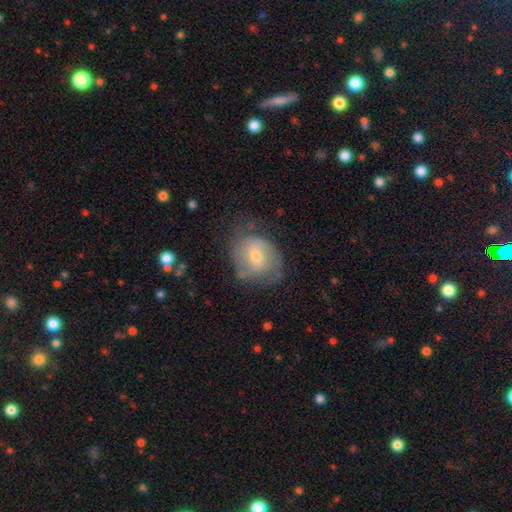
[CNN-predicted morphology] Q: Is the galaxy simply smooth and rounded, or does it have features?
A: featured or disk — 64%.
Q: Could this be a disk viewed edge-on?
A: no — 97%.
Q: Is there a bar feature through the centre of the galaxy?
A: weak — 47%.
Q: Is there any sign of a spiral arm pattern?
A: yes — 84%.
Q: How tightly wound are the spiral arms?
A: medium — 42%.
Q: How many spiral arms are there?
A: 2 — 55%.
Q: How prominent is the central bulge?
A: small — 51%.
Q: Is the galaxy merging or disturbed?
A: none — 60%.